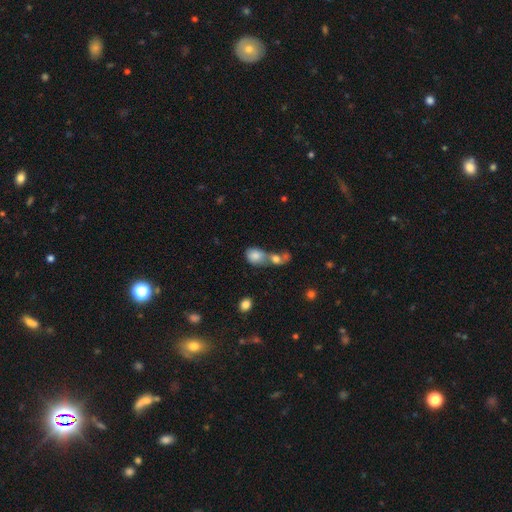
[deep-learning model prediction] Q: Smooth or featured?
A: smooth (80%); runner-up: featured or disk (11%)
Q: How rounded?
A: in between (62%); runner-up: round (36%)
Q: Merging?
A: merger (64%); runner-up: none (22%)